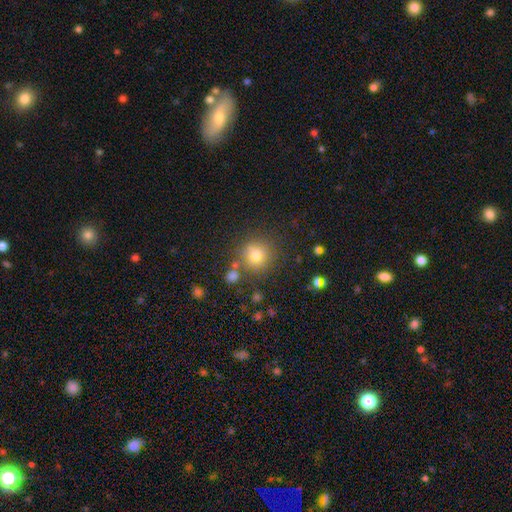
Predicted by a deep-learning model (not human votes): Smooth or featured?
  - smooth: 77% *
  - star or artifact: 14%
  - featured or disk: 9%
How rounded?
  - round: 91% *
  - in between: 8%
  - cigar-shaped: 1%
Merging?
  - none: 77% *
  - minor disturbance: 11%
  - merger: 8%
  - major disturbance: 4%